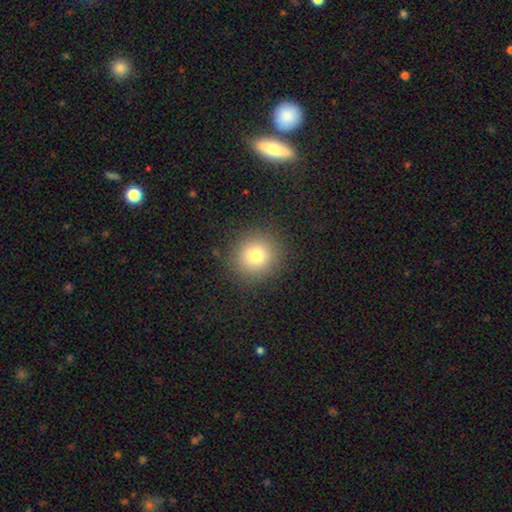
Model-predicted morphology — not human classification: Overall: smooth (77%). How rounded: round (93%). Merging: none (89%).